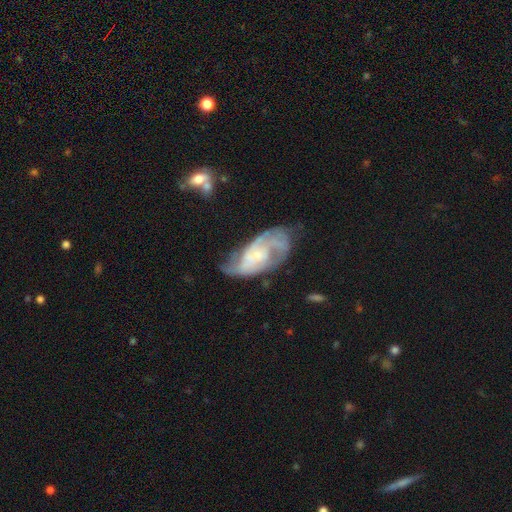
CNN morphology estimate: Smooth or featured? featured or disk (79%)
Edge-on disk? no (95%)
Bar? no (61%)
Spiral arms? yes (92%)
Spiral winding? medium (43%)
Spiral arm count? 2 (43%)
Bulge size? small (58%)
Merging? none (51%)